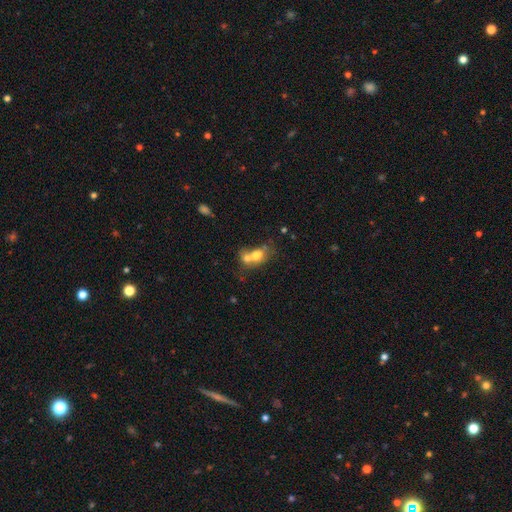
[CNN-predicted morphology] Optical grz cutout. It shows a smooth galaxy with no disk features (68%) that is in between round and cigar-shaped (60%). Merging: merger (65%).